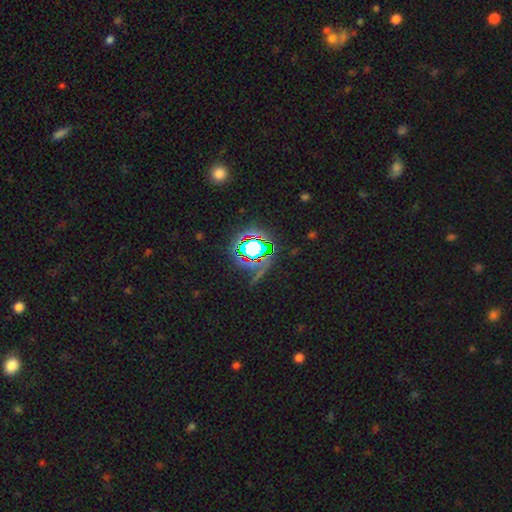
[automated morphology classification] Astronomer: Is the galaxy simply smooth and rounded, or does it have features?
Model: star or artifact — 75%.